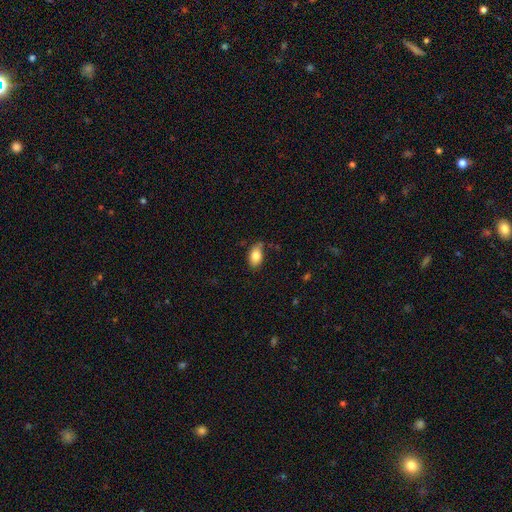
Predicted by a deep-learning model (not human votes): Smooth or featured? Predicted: smooth (p=0.83). How rounded? Predicted: in between (p=0.91). Merging? Predicted: none (p=0.70).